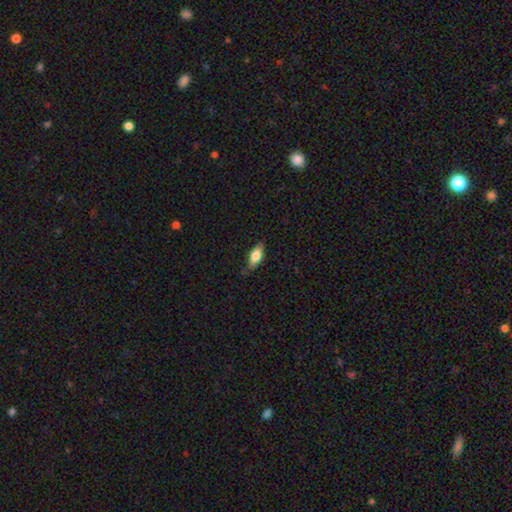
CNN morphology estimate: Overall: smooth (72%). How rounded: in between (78%). Merging: none (75%).